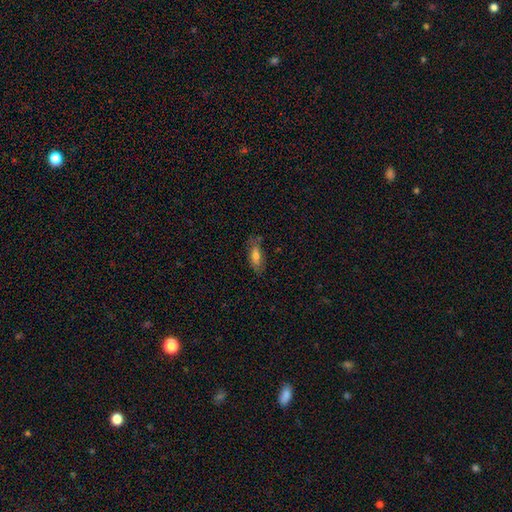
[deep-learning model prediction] A smooth galaxy with no disk features (66%) that is in between round and cigar-shaped (66%). Merging: none (73%).